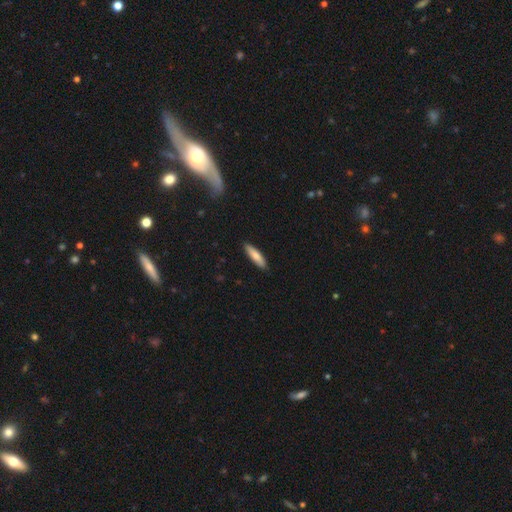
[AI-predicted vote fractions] Smooth or featured? smooth (78%)
How rounded? cigar-shaped (72%)
Merging? none (89%)